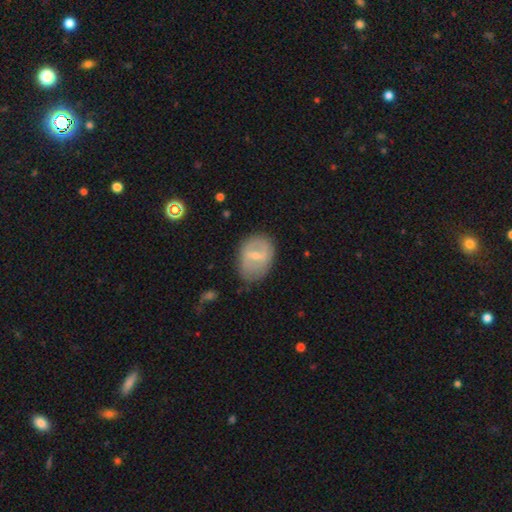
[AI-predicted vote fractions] Smooth or featured?
  - featured or disk: 62% *
  - smooth: 32%
  - star or artifact: 7%
Edge-on disk?
  - no: 95% *
  - yes: 5%
Bar?
  - weak: 50% *
  - strong: 35%
  - no: 14%
Spiral arms?
  - yes: 54% *
  - no: 46%
Bulge size?
  - small: 61% *
  - moderate: 32%
  - none: 5%
  - large: 1%
  - dominant: 1%
Merging?
  - none: 69% *
  - minor disturbance: 22%
  - major disturbance: 8%
  - merger: 2%